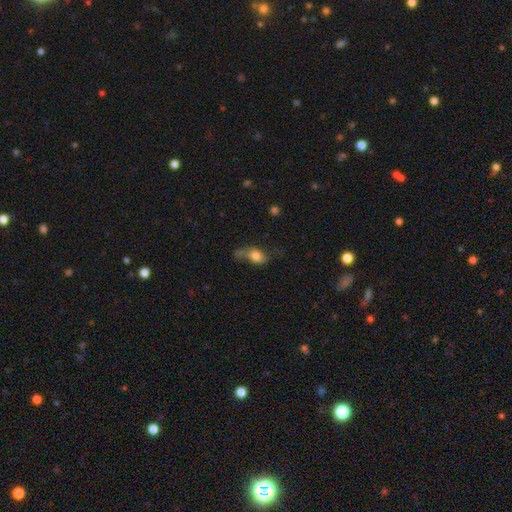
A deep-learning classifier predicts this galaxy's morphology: Q: Smooth or featured?
A: smooth (67%); runner-up: featured or disk (24%)
Q: How rounded?
A: in between (75%); runner-up: round (19%)
Q: Merging?
A: none (35%); runner-up: major disturbance (29%)